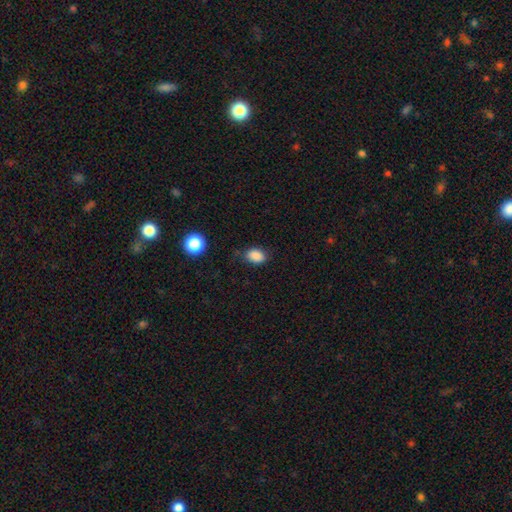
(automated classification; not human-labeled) Smooth or featured? smooth (85%)
How rounded? in between (74%)
Merging? none (74%)